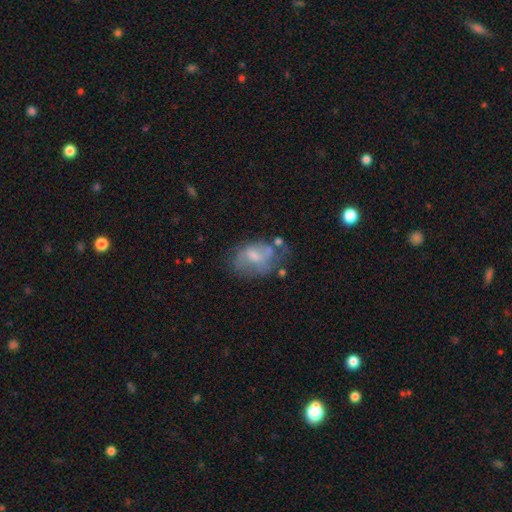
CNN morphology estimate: Overall: featured or disk (51%; smooth 40%). Edge-on disk: no (96%). Merging: none (43%; minor disturbance 28%).